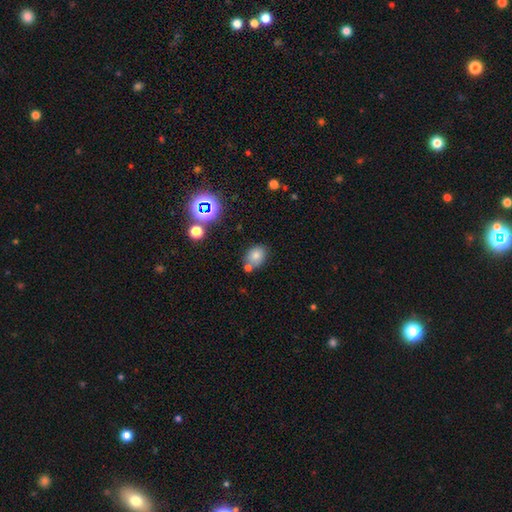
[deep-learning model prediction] The model was most divided on "how rounded": in between: 56%, round: 43%, cigar-shaped: 1%. More confident: smooth or featured — smooth (75%); merging — none (64%).